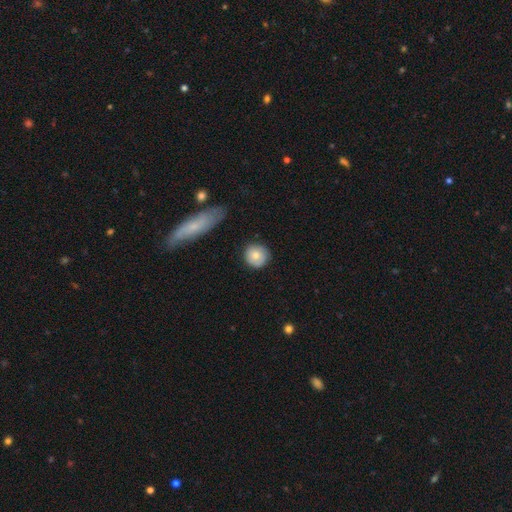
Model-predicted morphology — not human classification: smooth 77%, featured or disk 16%, star or artifact 7%. Down the decision tree: how rounded — round (92%); merging — none (82%).